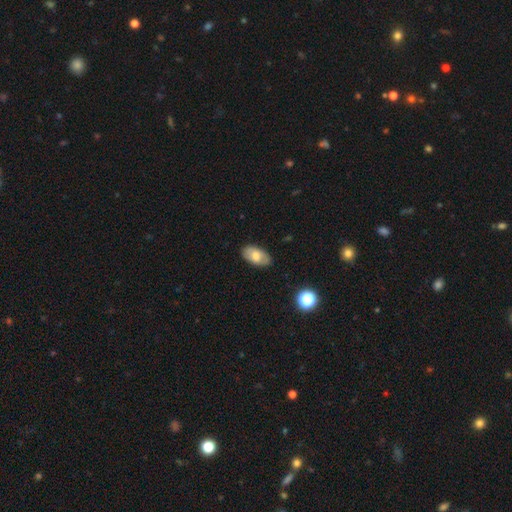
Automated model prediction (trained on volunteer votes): Overall: smooth (70%). How rounded: in between (94%). Merging: none (84%).